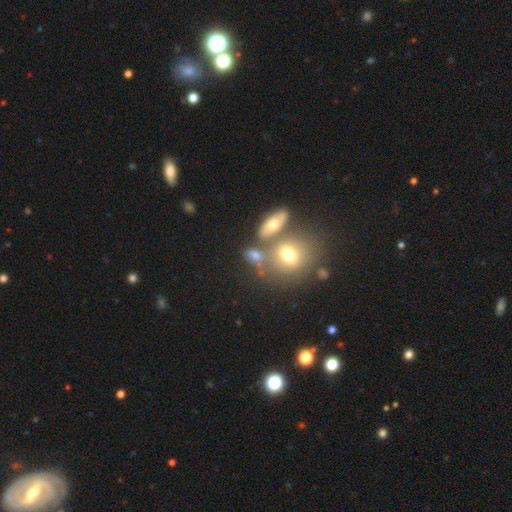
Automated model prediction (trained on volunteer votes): smooth 69%, featured or disk 18%, star or artifact 13%. Down the decision tree: how rounded — in between (60%); merging — none (49%).